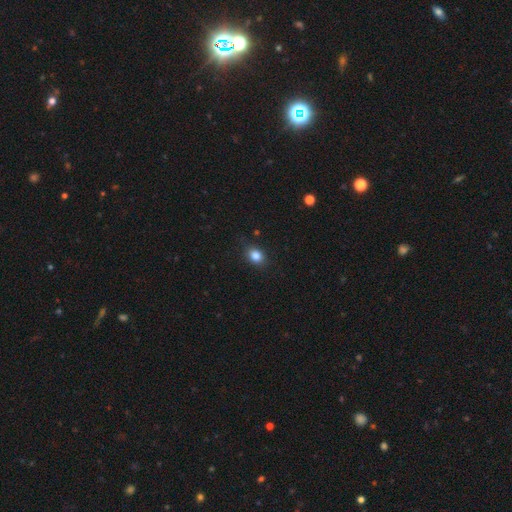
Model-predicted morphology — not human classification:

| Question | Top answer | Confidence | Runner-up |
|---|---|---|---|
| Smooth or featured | smooth | 85% | star or artifact (10%) |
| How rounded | in between | 57% | round (41%) |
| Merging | none | 84% | minor disturbance (12%) |